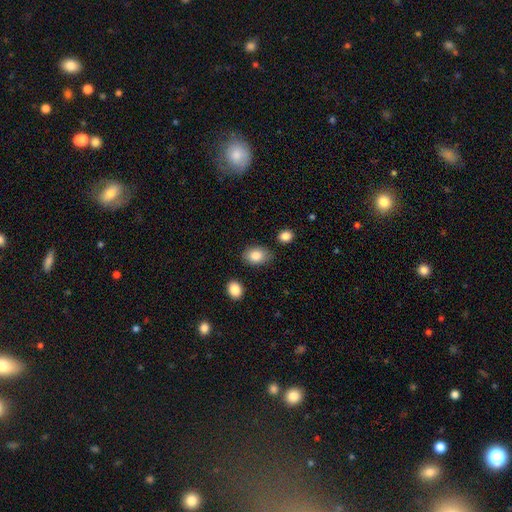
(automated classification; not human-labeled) smooth_or_featured: smooth (p=0.86) [alt: star or artifact p=0.07]
how_rounded: in between (p=0.75) [alt: round p=0.24]
merging: none (p=0.77) [alt: minor disturbance p=0.16]